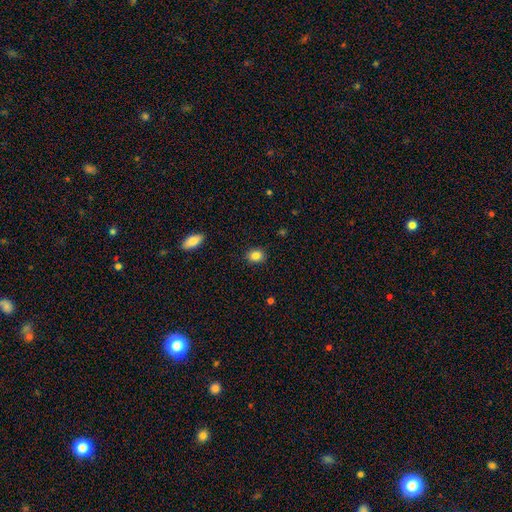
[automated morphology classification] smooth_or_featured: smooth (p=0.85) [alt: star or artifact p=0.10]
how_rounded: round (p=0.58) [alt: in between p=0.41]
merging: none (p=0.88) [alt: minor disturbance p=0.09]